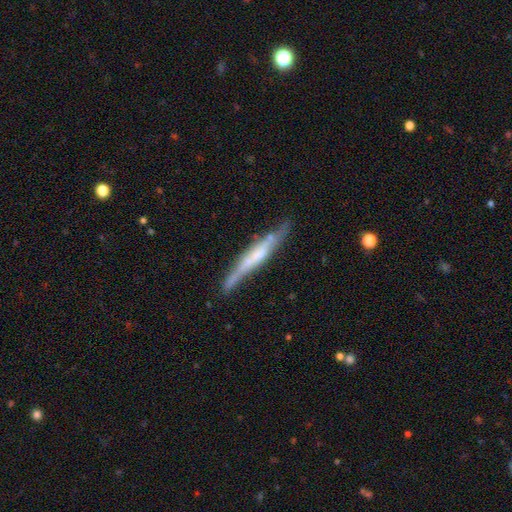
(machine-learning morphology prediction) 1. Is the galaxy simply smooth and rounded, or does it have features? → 63% featured or disk, 31% smooth, 6% star or artifact.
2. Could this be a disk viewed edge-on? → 90% yes, 10% no.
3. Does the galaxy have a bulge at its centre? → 40% none, 33% boxy, 28% rounded.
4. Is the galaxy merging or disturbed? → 74% none, 19% minor disturbance, 4% major disturbance, 3% merger.